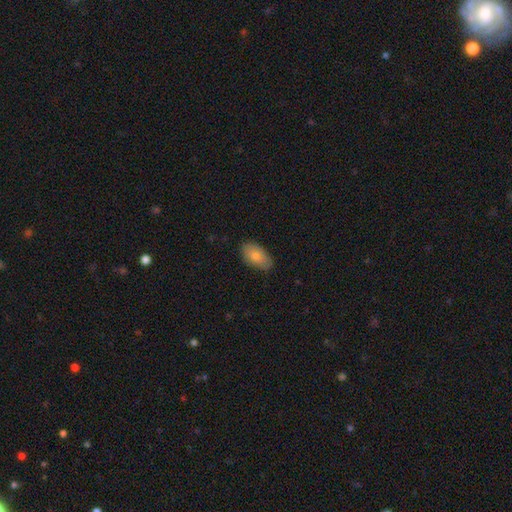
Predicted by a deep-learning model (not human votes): Overall: smooth (82%). How rounded: in between (94%). Merging: none (81%).